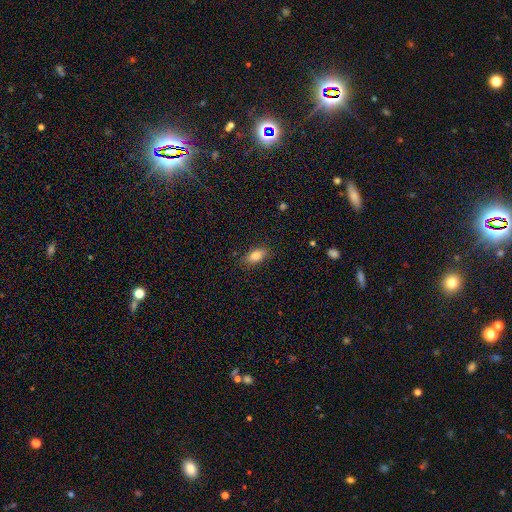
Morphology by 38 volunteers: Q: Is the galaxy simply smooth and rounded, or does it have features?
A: smooth — 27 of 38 (71%).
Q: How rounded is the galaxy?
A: in between — 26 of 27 (96%).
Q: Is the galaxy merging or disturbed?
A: none — 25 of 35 (71%).